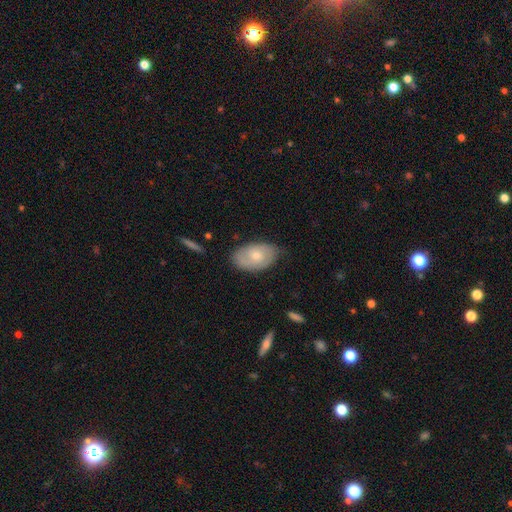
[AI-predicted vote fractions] smooth_or_featured: smooth (p=0.56) [alt: featured or disk p=0.38]
how_rounded: in between (p=0.90) [alt: round p=0.09]
merging: none (p=0.72) [alt: minor disturbance p=0.22]